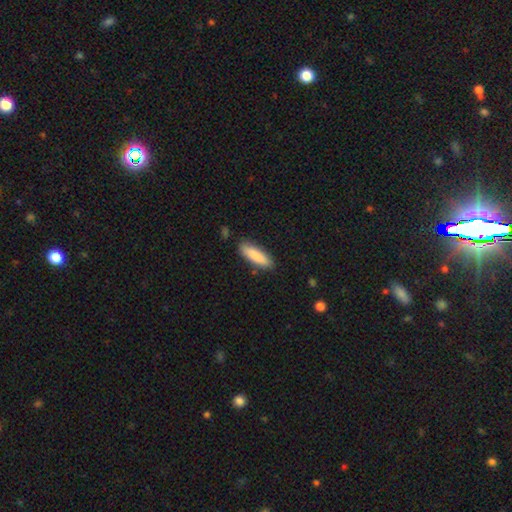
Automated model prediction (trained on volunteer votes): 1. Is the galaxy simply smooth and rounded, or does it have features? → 86% smooth, 8% featured or disk, 6% star or artifact.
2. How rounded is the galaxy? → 60% cigar-shaped, 39% in between, 1% round.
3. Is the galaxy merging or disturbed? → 85% none, 11% minor disturbance, 2% major disturbance, 2% merger.